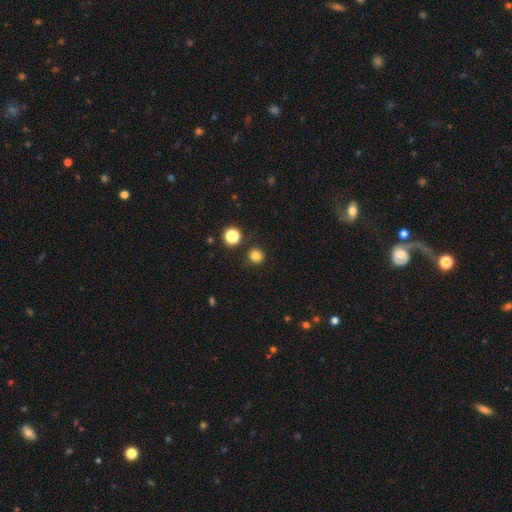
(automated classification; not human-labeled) A smooth galaxy with no disk features (81%) that is round (93%).

Vote fractions:
- Smooth or featured? smooth: 81% / star or artifact: 15% / featured or disk: 5%
- How rounded? round: 93% / in between: 6% / cigar-shaped: 1%
- Merging? none: 89% / minor disturbance: 6% / merger: 3% / major disturbance: 2%